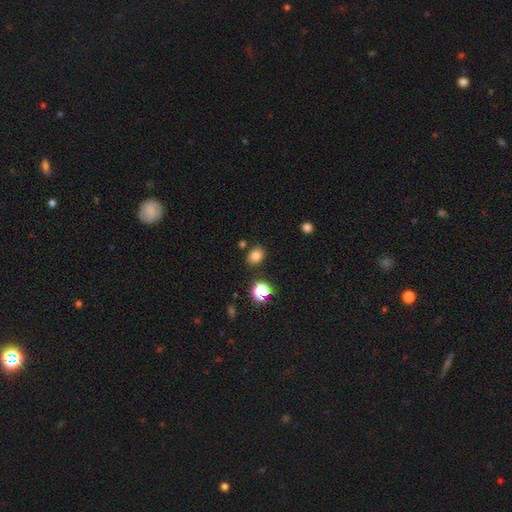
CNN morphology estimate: smooth-or-featured: smooth: 78% | star or artifact: 15% | featured or disk: 7%
  how-rounded: in between: 56% | round: 43% | cigar-shaped: 1%
  merging: none: 83% | minor disturbance: 10% | merger: 4% | major disturbance: 3%